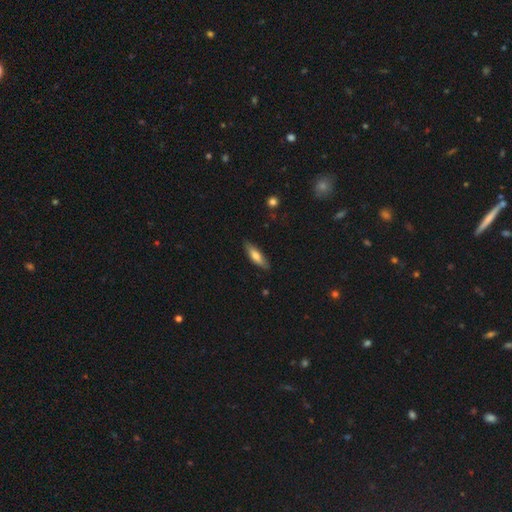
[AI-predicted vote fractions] Morphology: type=smooth (69%); roundness=cigar-shaped (57%); merging=none (84%).